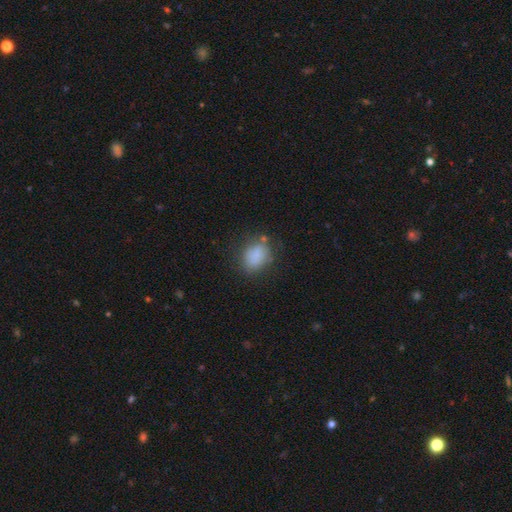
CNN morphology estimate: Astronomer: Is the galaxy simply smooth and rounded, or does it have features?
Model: smooth — 81%.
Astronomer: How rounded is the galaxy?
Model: in between — 63%.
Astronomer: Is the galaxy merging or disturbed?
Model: none — 67%.